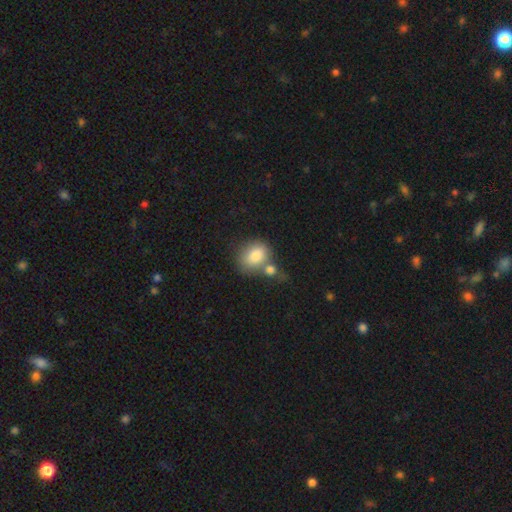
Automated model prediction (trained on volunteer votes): Smooth or featured?
  - smooth: 83% *
  - featured or disk: 9%
  - star or artifact: 7%
How rounded?
  - in between: 53% *
  - round: 46%
  - cigar-shaped: 1%
Merging?
  - none: 41% *
  - merger: 39%
  - minor disturbance: 14%
  - major disturbance: 6%